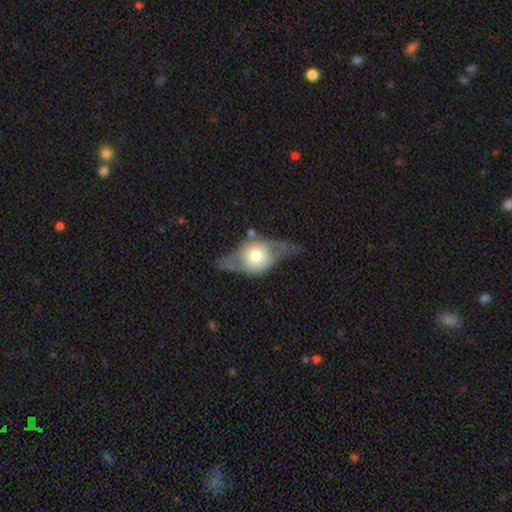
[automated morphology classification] Smooth or featured: featured or disk — 54% (smooth — 40%)
Edge-on disk: yes — 55% (no — 45%)
Merging: none — 46% (minor disturbance — 26%)